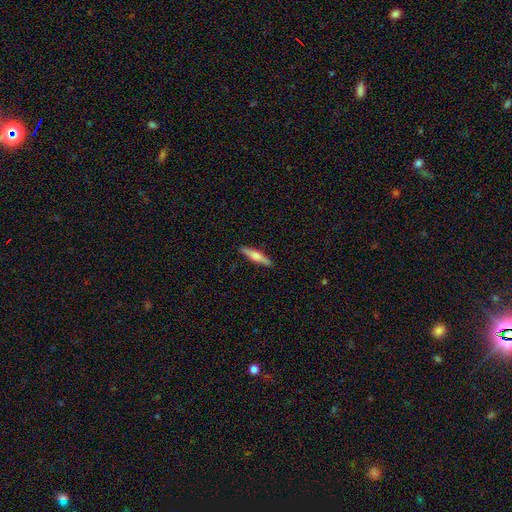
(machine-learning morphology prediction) smooth 57%, featured or disk 37%, star or artifact 6%. Down the decision tree: how rounded — cigar-shaped (85%); merging — none (90%).